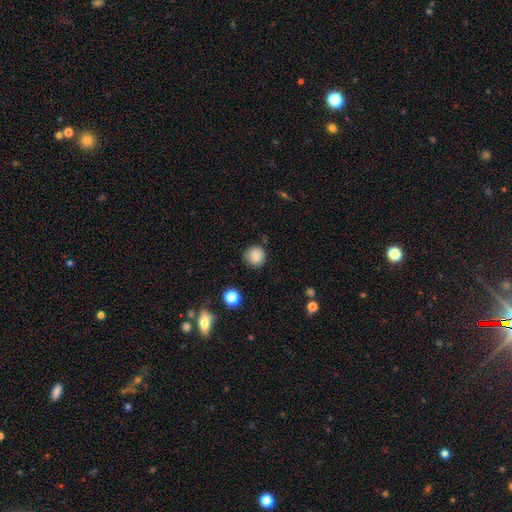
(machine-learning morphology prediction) This is clearly a smooth galaxy (83%). How rounded: clearly round (93%). Merging: clearly none (84%).